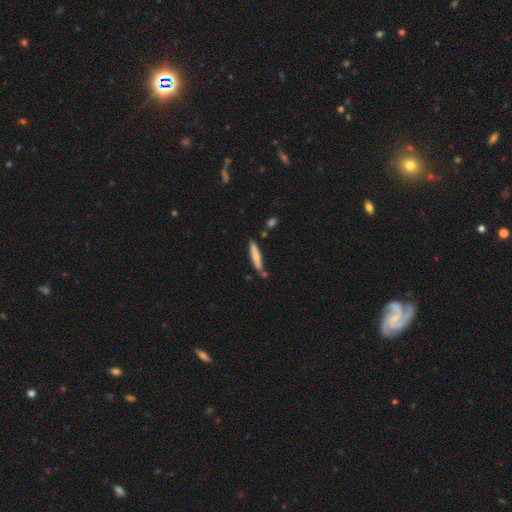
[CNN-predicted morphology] type=smooth (67%); roundness=cigar-shaped (92%); merging=none (74%).